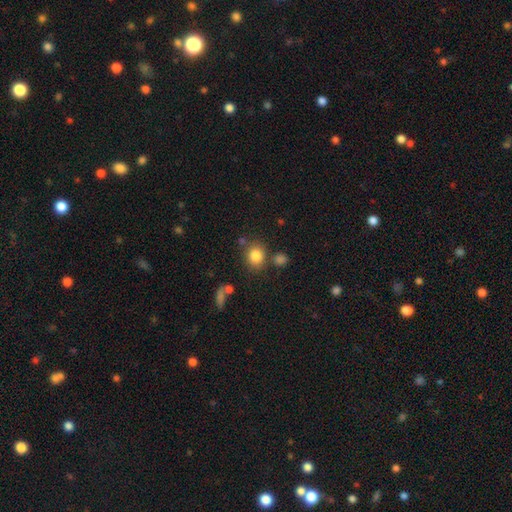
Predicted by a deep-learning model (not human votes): This is clearly a smooth galaxy (83%). How rounded: likely round (71%). Merging: likely none (72%).